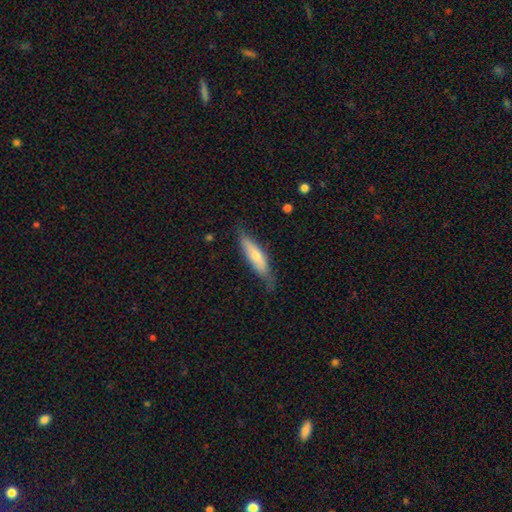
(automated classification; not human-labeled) smooth_or_featured: smooth (p=0.59) [alt: featured or disk p=0.35]
how_rounded: cigar-shaped (p=0.74) [alt: in between p=0.25]
merging: none (p=0.72) [alt: minor disturbance p=0.22]